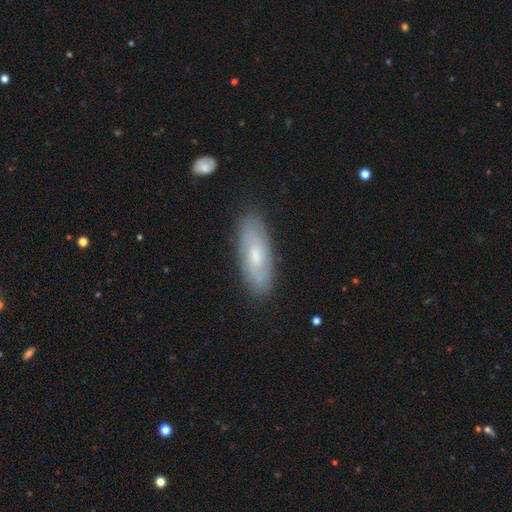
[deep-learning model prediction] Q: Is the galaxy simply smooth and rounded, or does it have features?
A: smooth — 47%.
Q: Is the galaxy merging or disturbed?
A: none — 82%.